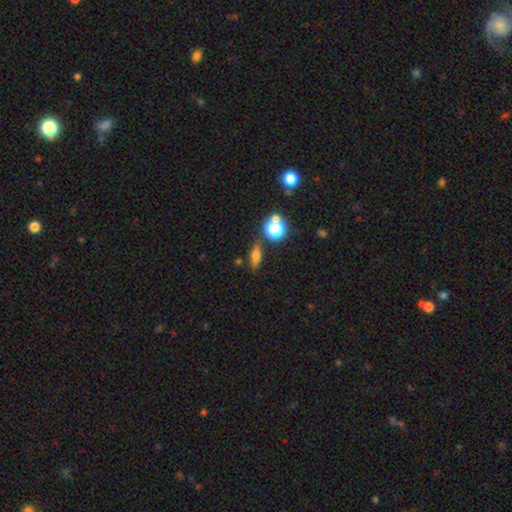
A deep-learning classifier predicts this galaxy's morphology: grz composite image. It shows a smooth galaxy with no disk features (67%) that is in between round and cigar-shaped (45%). Merging: none (78%).